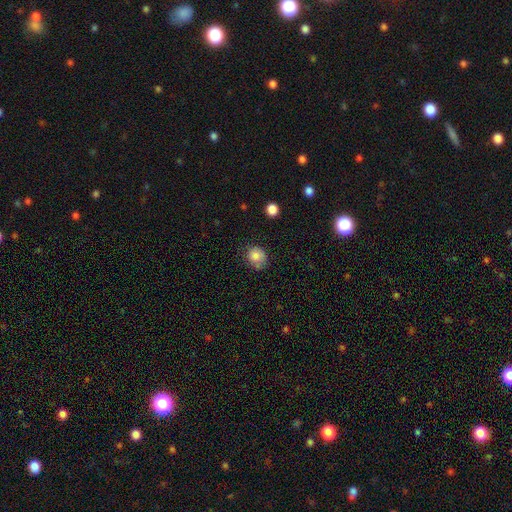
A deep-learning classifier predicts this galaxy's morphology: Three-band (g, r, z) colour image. It shows a smooth galaxy with no disk features (82%) that is round (73%). Merging: none (62%).